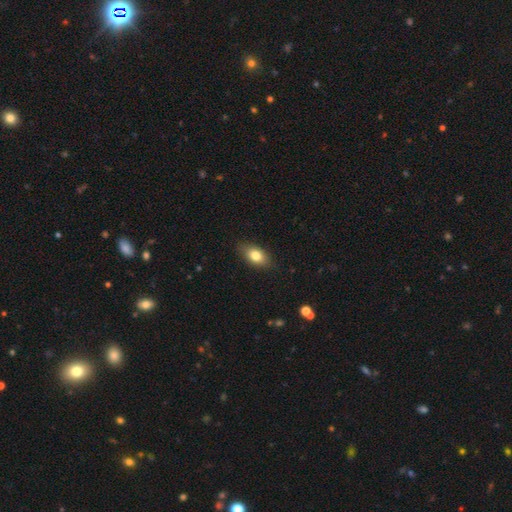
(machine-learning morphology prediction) Smooth or featured: smooth — 79% (featured or disk — 13%)
How rounded: in between — 86% (round — 9%)
Merging: none — 84% (minor disturbance — 12%)